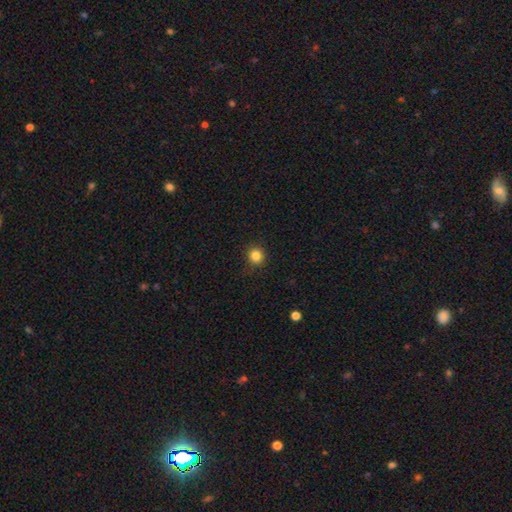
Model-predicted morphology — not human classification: Smooth or featured? smooth (84%)
How rounded? round (92%)
Merging? none (89%)